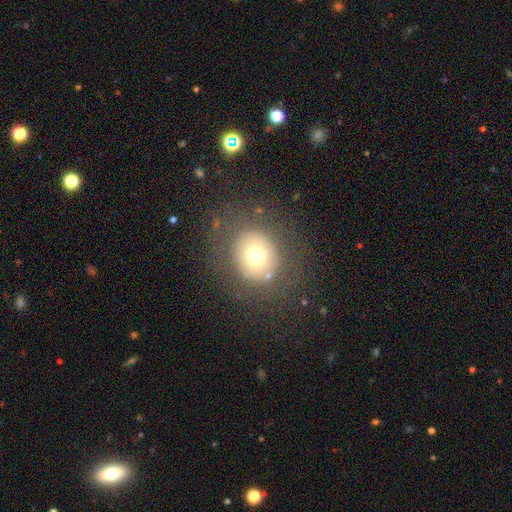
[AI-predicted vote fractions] Morphology: type=smooth (68%); roundness=round (74%); merging=none (80%).